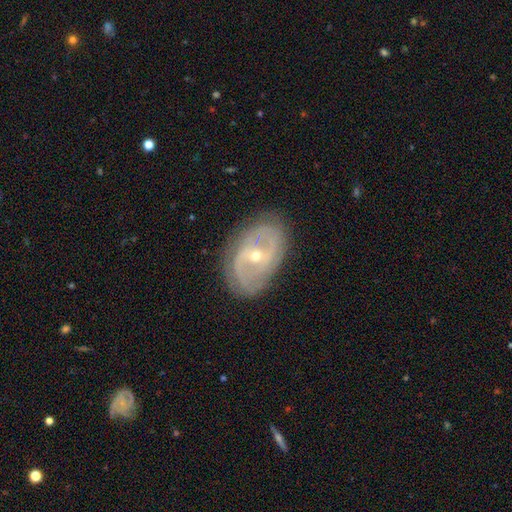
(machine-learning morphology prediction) Smooth or featured? featured or disk (82%)
Edge-on disk? no (95%)
Bar? weak (42%)
Spiral arms? yes (83%)
Spiral winding? tight (41%)
Spiral arm count? 2 (63%)
Bulge size? small (57%)
Merging? none (78%)